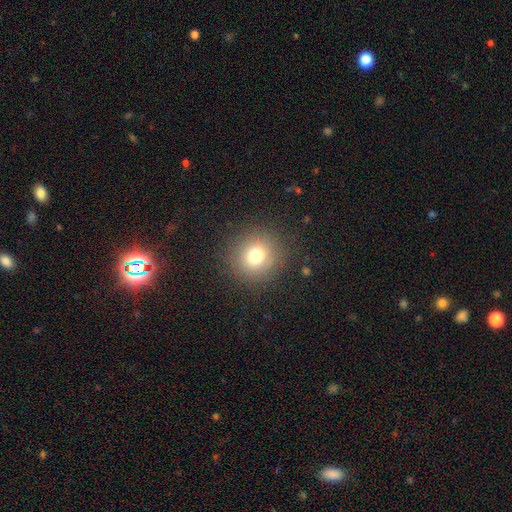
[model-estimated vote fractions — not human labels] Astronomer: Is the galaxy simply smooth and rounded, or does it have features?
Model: smooth — 74%.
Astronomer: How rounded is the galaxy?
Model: round — 93%.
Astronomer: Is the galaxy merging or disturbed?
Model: none — 88%.